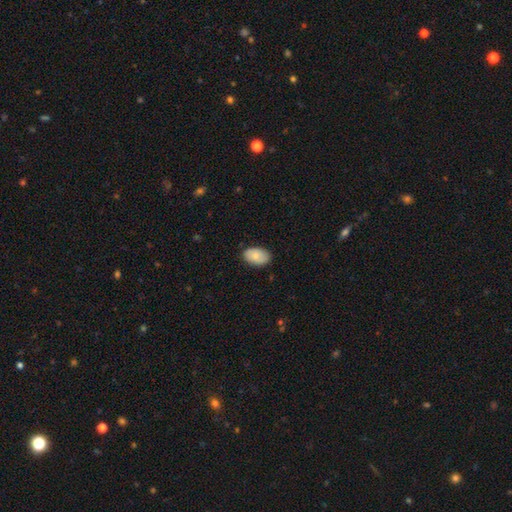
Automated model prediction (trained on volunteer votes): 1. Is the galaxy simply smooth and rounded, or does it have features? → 81% smooth, 12% featured or disk, 6% star or artifact.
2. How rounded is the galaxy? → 92% in between, 6% round, 1% cigar-shaped.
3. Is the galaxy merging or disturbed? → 84% none, 13% minor disturbance, 2% major disturbance, 1% merger.